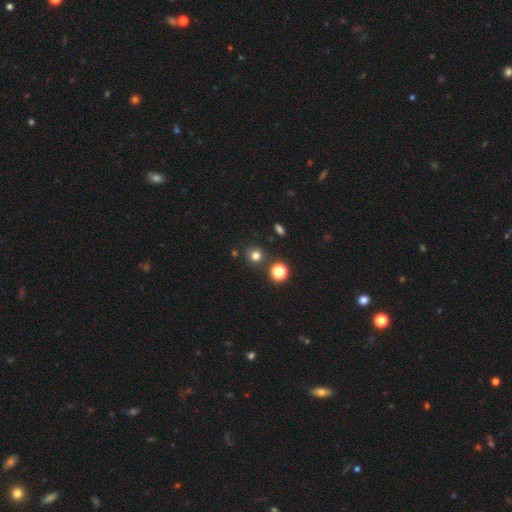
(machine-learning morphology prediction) A smooth galaxy with no disk features (75%) that is round (88%). Merging: none (82%).